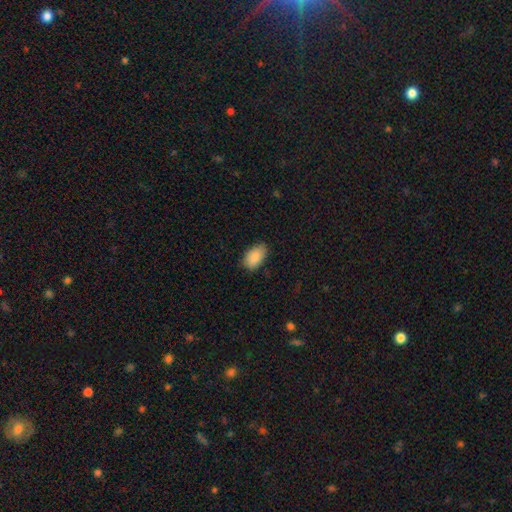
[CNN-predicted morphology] A smooth galaxy with no disk features (88%) that is in between round and cigar-shaped (93%).

Vote fractions:
- Smooth or featured? smooth: 88% / star or artifact: 7% / featured or disk: 5%
- How rounded? in between: 93% / round: 5% / cigar-shaped: 2%
- Merging? none: 79% / minor disturbance: 17% / major disturbance: 3% / merger: 1%